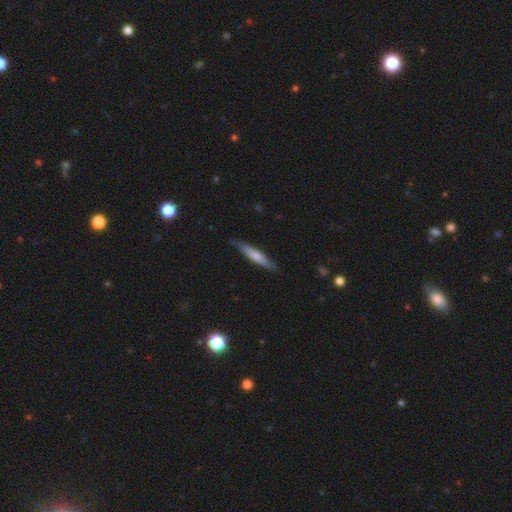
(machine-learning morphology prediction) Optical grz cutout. It shows a smooth galaxy with no disk features (58%) that is cigar-shaped (89%). Merging: none (83%).